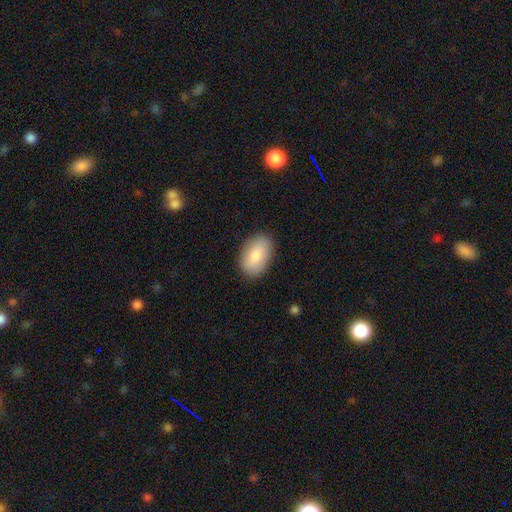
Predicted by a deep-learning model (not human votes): smooth_or_featured: smooth (p=0.83) [alt: featured or disk p=0.11]
how_rounded: in between (p=0.92) [alt: round p=0.07]
merging: none (p=0.86) [alt: minor disturbance p=0.10]